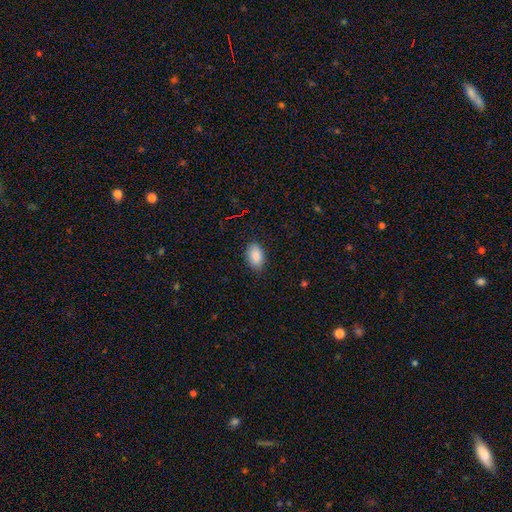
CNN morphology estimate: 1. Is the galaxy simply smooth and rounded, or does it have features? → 87% smooth, 8% star or artifact, 5% featured or disk.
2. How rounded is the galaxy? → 89% in between, 10% round, 1% cigar-shaped.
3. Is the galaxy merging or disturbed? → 86% none, 10% minor disturbance, 2% major disturbance, 1% merger.